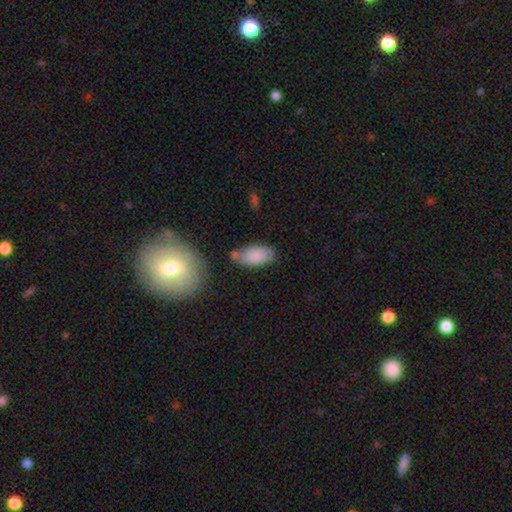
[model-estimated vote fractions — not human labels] Q: Smooth or featured?
A: smooth (84%); runner-up: featured or disk (8%)
Q: How rounded?
A: in between (91%); runner-up: cigar-shaped (6%)
Q: Merging?
A: none (57%); runner-up: minor disturbance (23%)